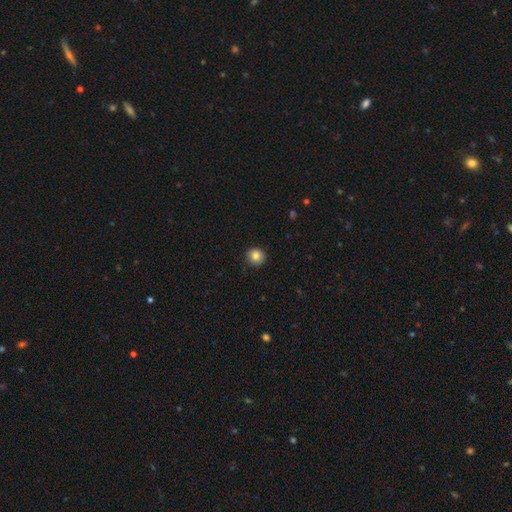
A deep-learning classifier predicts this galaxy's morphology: smooth-or-featured: smooth: 83% | star or artifact: 10% | featured or disk: 7%
  how-rounded: round: 91% | in between: 8% | cigar-shaped: 1%
  merging: none: 89% | minor disturbance: 8% | major disturbance: 2% | merger: 1%